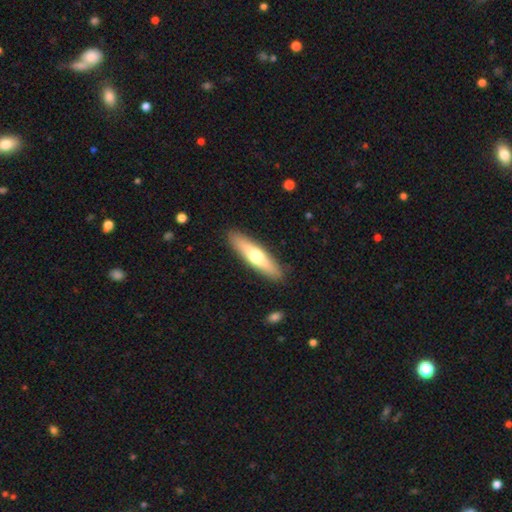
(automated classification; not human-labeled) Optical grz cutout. It shows a smooth galaxy with no disk features (56%) that is cigar-shaped (75%). Merging: none (89%).